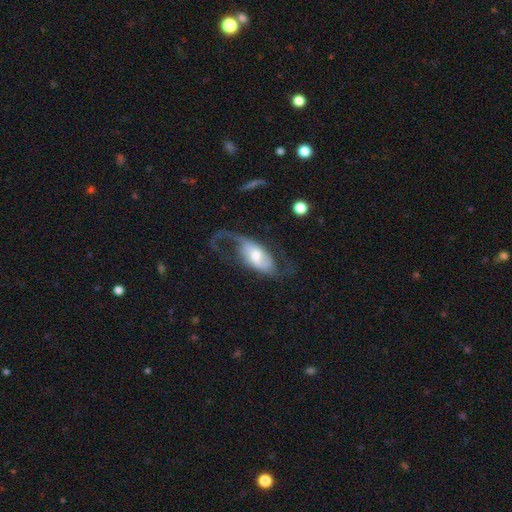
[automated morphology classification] This is likely a featured or disk galaxy (70%). It is clearly not viewed edge-on (92%). Bar: marginally no (42%, tied with weak). Spiral arm pattern: clearly yes (86%). Spiral arm count: likely 2 (63%). Spiral winding: likely loose (67%). Central bulge: possibly moderate (59%). Merging: marginally none (41%).